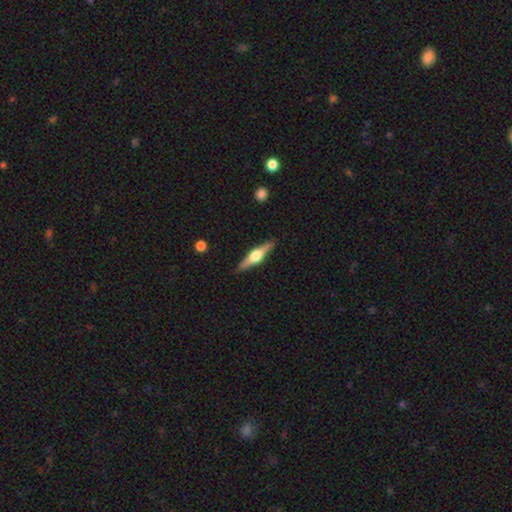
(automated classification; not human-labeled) Smooth or featured: featured or disk — 73% (smooth — 22%)
Edge-on disk: yes — 97% (no — 3%)
Edge-on bulge: rounded — 94% (boxy — 5%)
Merging: none — 90% (minor disturbance — 7%)